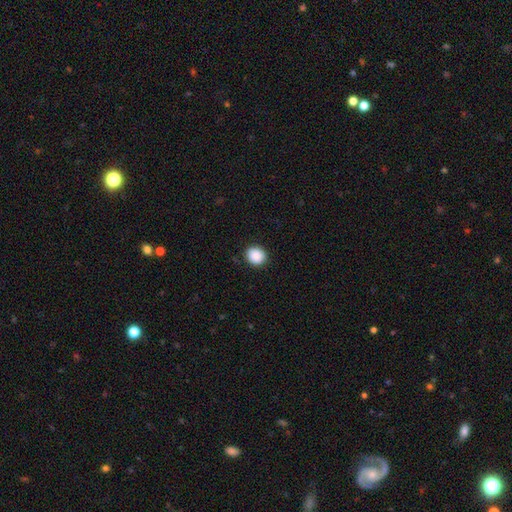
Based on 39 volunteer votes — smooth_or_featured: smooth (p=0.90) [alt: star or artifact p=0.08]
how_rounded: round (p=0.86) [alt: in between p=0.14]
merging: none (p=0.94) [alt: major disturbance p=0.03]